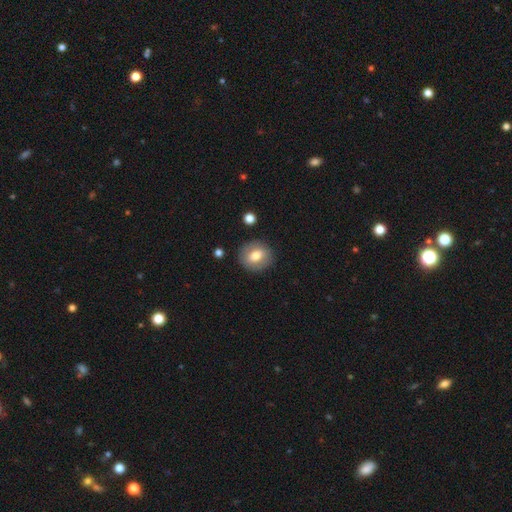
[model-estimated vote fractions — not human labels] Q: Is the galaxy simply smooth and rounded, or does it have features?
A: smooth — 67%.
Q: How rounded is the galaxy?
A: round — 72%.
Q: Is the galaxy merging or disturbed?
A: none — 86%.